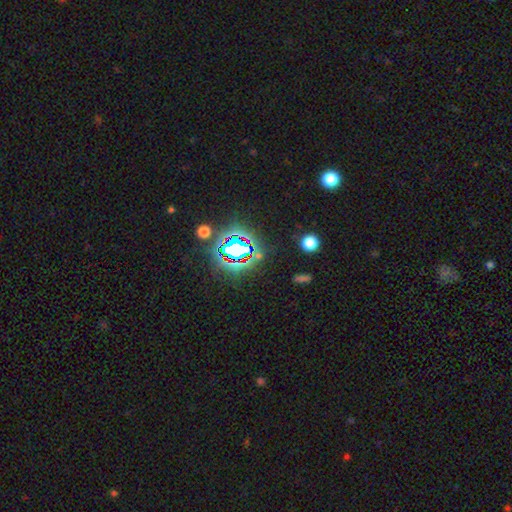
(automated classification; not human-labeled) star or artifact 73%, smooth 17%, featured or disk 10%.